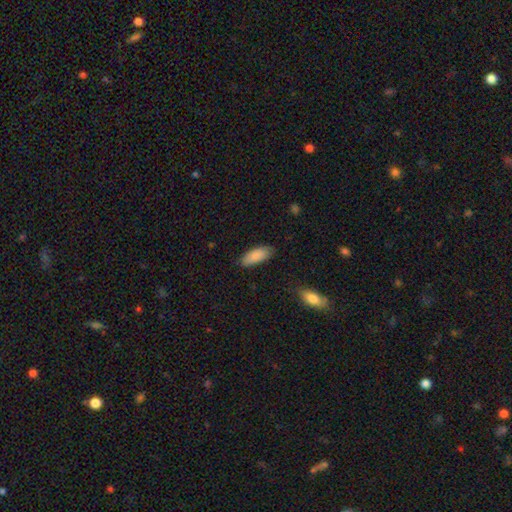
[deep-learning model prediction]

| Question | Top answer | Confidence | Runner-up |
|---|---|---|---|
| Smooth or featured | smooth | 86% | featured or disk (8%) |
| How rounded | in between | 82% | cigar-shaped (16%) |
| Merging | none | 82% | minor disturbance (14%) |